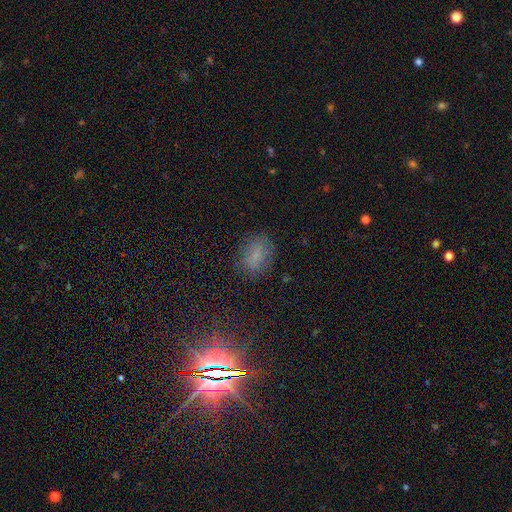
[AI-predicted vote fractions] This appears to be a smooth galaxy with no disk features (64%) that is in between round and cigar-shaped (75%). Merging: none (77%).